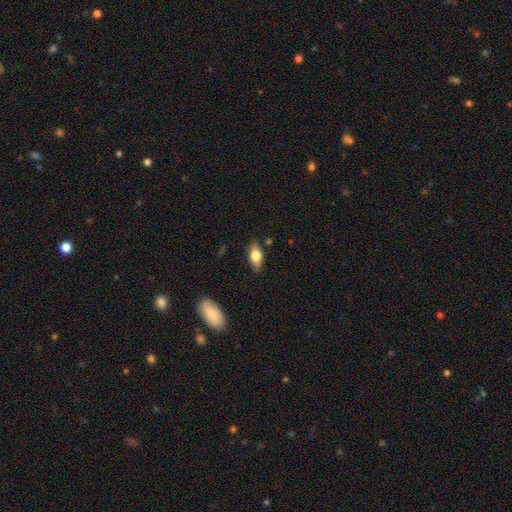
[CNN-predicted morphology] type=smooth (68%); roundness=in between (82%); merging=none (82%).